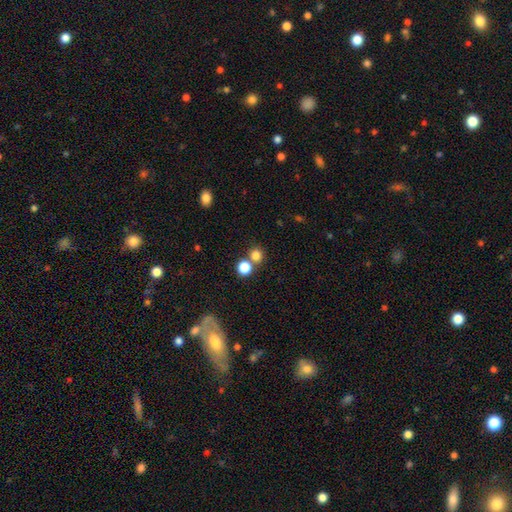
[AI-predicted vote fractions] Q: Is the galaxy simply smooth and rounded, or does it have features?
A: smooth — 79%.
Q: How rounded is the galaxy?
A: round — 88%.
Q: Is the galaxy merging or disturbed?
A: none — 63%.